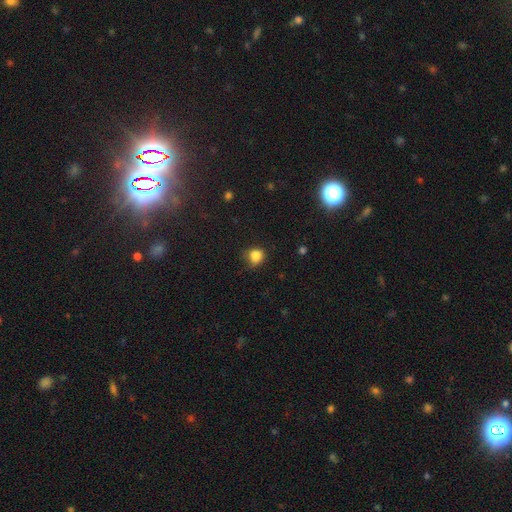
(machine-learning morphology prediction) smooth_or_featured: smooth (p=0.84) [alt: star or artifact p=0.11]
how_rounded: round (p=0.75) [alt: in between p=0.25]
merging: none (p=0.63) [alt: minor disturbance p=0.28]